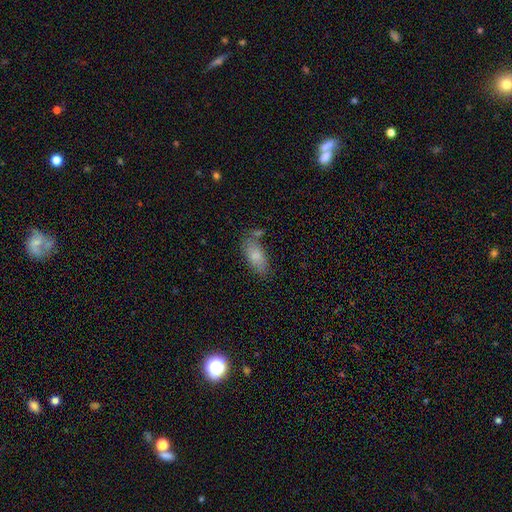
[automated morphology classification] Overall: smooth (80%). How rounded: in between (88%). Merging: none (63%).